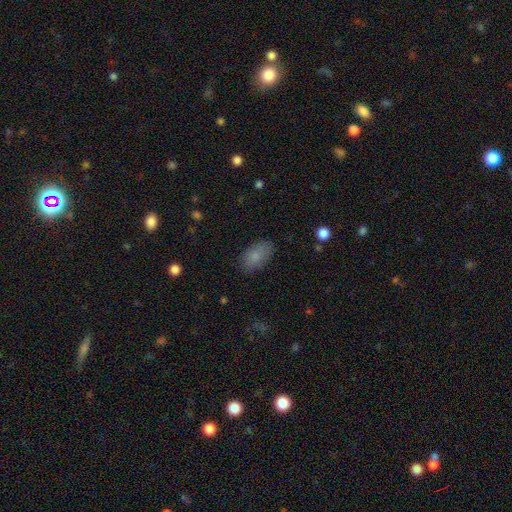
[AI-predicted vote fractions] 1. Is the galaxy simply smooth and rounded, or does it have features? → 83% smooth, 9% featured or disk, 8% star or artifact.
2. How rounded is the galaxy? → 93% in between, 5% round, 2% cigar-shaped.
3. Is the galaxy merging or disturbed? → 82% none, 13% minor disturbance, 3% major disturbance, 1% merger.